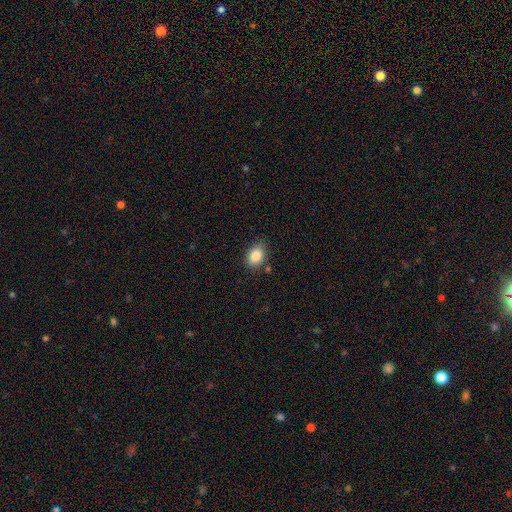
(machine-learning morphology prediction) Smooth or featured? Predicted: smooth (p=0.86). How rounded? Predicted: in between (p=0.78). Merging? Predicted: none (p=0.81).